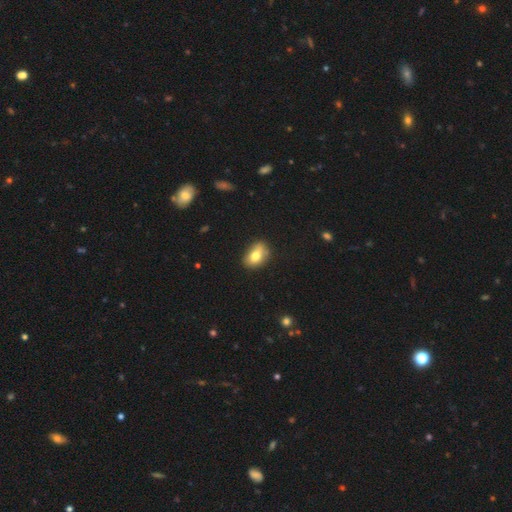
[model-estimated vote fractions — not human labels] smooth-or-featured: smooth: 74% | featured or disk: 16% | star or artifact: 9%
  how-rounded: in between: 80% | round: 18% | cigar-shaped: 2%
  merging: none: 66% | minor disturbance: 24% | major disturbance: 5% | merger: 4%